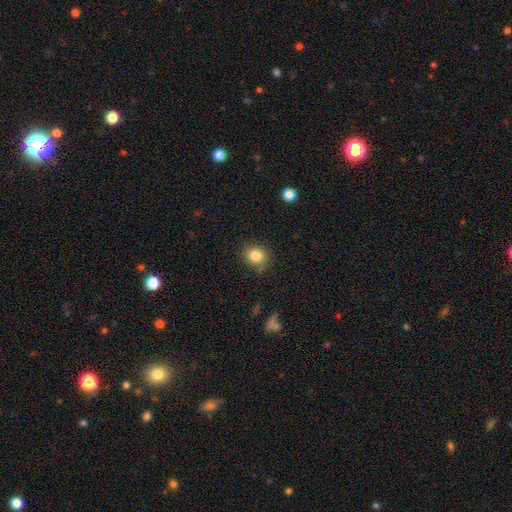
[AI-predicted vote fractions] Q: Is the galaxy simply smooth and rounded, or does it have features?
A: smooth — 84%.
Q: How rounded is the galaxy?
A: round — 69%.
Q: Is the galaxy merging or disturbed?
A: none — 78%.